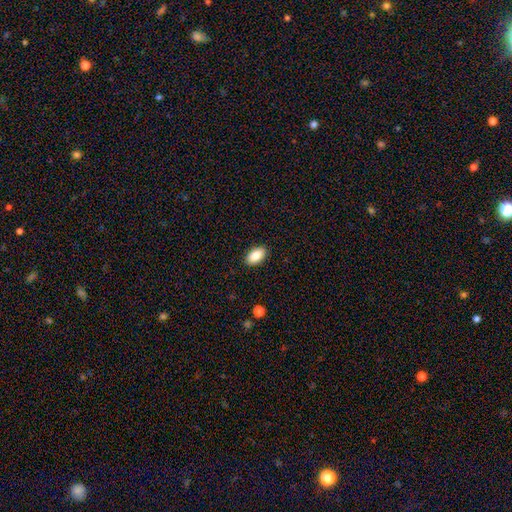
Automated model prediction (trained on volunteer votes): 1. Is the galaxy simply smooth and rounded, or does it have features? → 88% smooth, 7% star or artifact, 5% featured or disk.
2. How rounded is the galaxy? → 94% in between, 4% round, 2% cigar-shaped.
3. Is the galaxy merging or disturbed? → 90% none, 7% minor disturbance, 2% major disturbance, 1% merger.